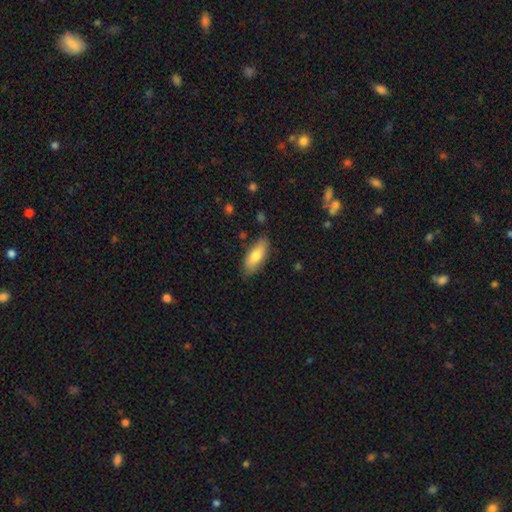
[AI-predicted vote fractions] This appears to be a smooth galaxy with no disk features (76%) that is in between round and cigar-shaped (77%). Merging: none (80%).